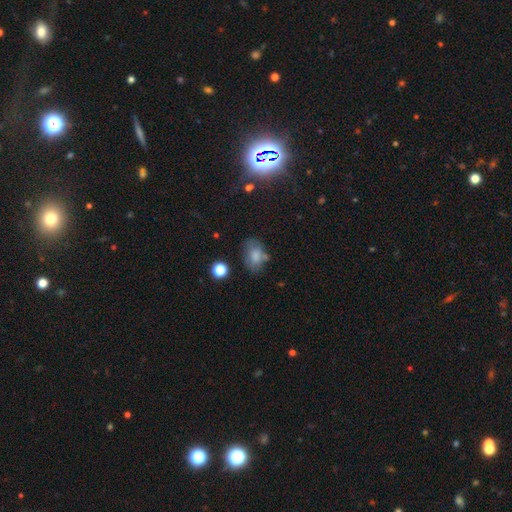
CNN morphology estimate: Smooth or featured?
  - smooth: 74% *
  - featured or disk: 15%
  - star or artifact: 11%
How rounded?
  - in between: 80% *
  - round: 19%
  - cigar-shaped: 1%
Merging?
  - none: 54% *
  - minor disturbance: 26%
  - major disturbance: 11%
  - merger: 9%